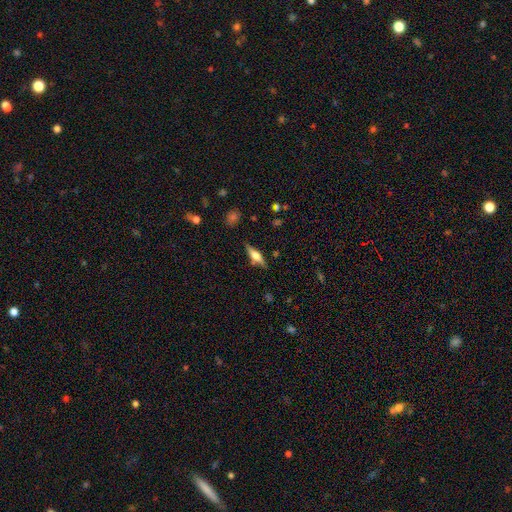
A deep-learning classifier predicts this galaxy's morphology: smooth-or-featured: featured or disk: 54% | smooth: 39% | star or artifact: 7%
  disk-edge-on: yes: 94% | no: 6%
    edge-on-bulge: rounded: 86% | boxy: 11% | none: 3%
  merging: none: 82% | minor disturbance: 12% | major disturbance: 3% | merger: 3%